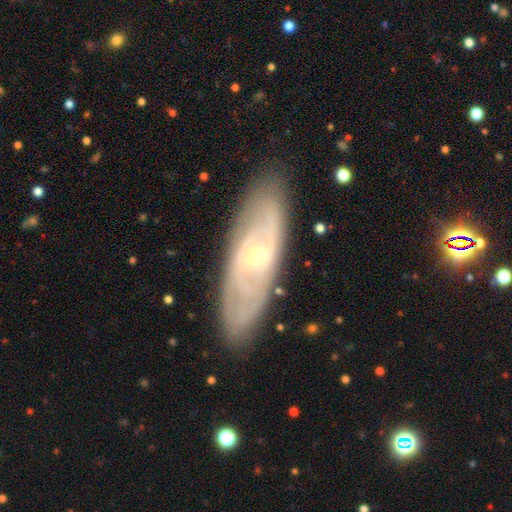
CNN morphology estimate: smooth-or-featured: featured or disk: 79% | smooth: 15% | star or artifact: 6%
  disk-edge-on: no: 83% | yes: 17%
    bar: no: 55% | weak: 35% | strong: 11%
    has-spiral-arms: yes: 82% | no: 18%
      spiral-winding: tight: 56% | medium: 32% | loose: 11%
      spiral-arm-count: can't tell: 45% | 2: 37% | 3: 7% | 4: 4% | 1: 3% | more than 4: 3%
    bulge-size: small: 76% | moderate: 21% | large: 1% | none: 1% | dominant: 1%
  merging: none: 85% | minor disturbance: 11% | major disturbance: 3% | merger: 1%